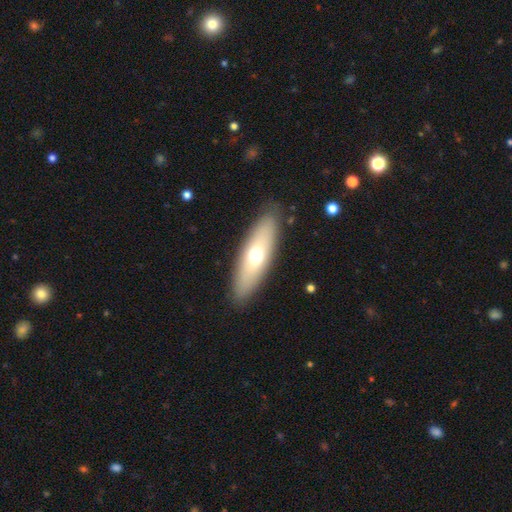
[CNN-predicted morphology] type=smooth (61%); roundness=in between (56%); merging=none (87%).